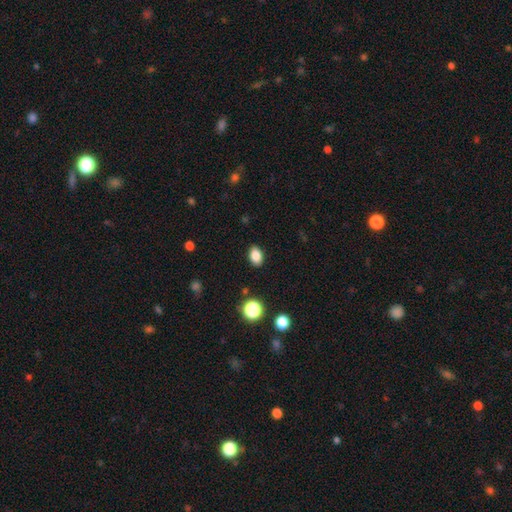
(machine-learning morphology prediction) smooth-or-featured: smooth: 85% | star or artifact: 10% | featured or disk: 5%
  how-rounded: in between: 82% | round: 17% | cigar-shaped: 1%
  merging: none: 89% | minor disturbance: 8% | major disturbance: 2% | merger: 1%